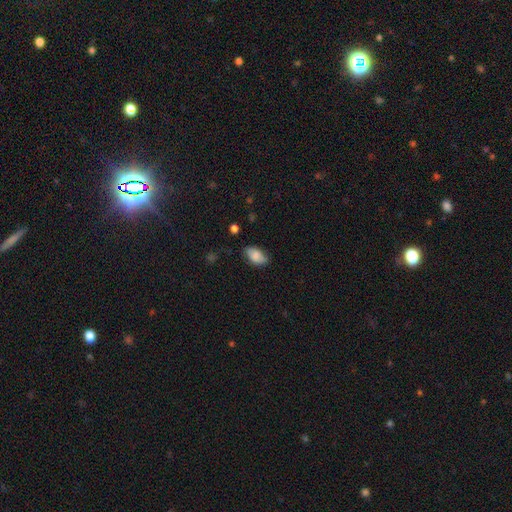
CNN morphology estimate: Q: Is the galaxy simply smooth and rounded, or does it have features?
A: smooth — 81%.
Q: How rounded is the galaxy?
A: in between — 93%.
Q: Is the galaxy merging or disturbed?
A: none — 72%.